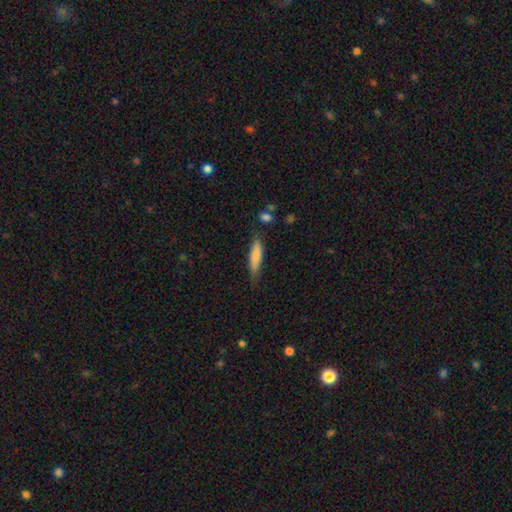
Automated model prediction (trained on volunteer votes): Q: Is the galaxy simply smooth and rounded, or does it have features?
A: smooth — 78%.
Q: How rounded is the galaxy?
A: cigar-shaped — 78%.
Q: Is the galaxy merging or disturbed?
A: none — 70%.